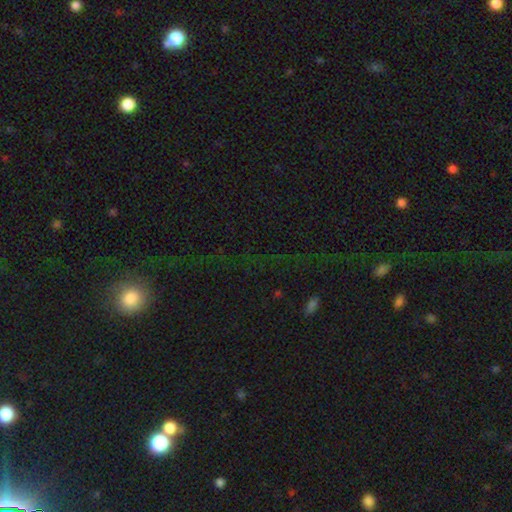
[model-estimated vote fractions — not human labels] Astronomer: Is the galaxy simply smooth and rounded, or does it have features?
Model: star or artifact — 71%.